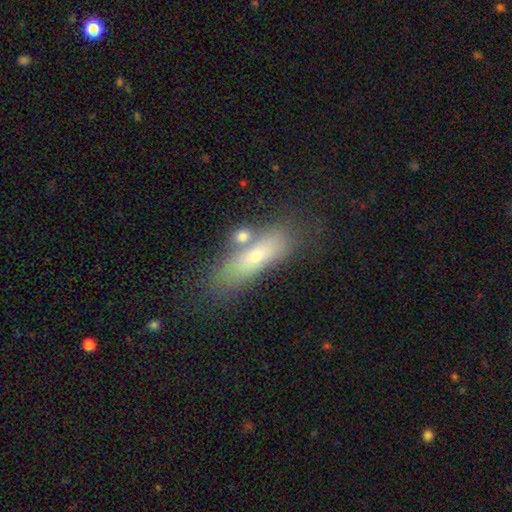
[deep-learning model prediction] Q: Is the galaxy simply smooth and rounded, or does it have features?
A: smooth — 58%.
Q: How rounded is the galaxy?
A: cigar-shaped — 53%.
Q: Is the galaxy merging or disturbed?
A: none — 60%.